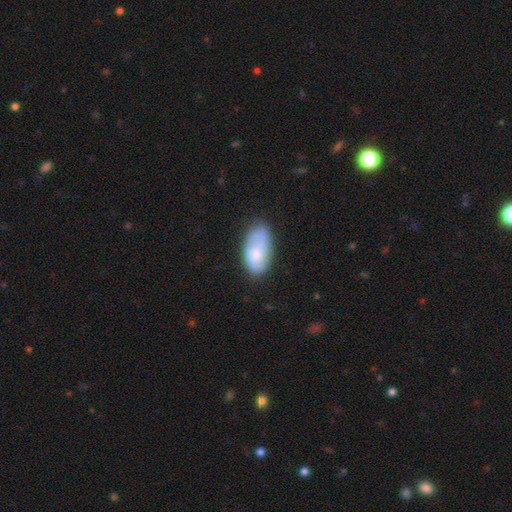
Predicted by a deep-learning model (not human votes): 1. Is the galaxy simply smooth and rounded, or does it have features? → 69% smooth, 25% featured or disk, 7% star or artifact.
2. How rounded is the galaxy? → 94% in between, 4% round, 3% cigar-shaped.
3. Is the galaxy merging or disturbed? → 58% none, 29% minor disturbance, 9% major disturbance, 3% merger.